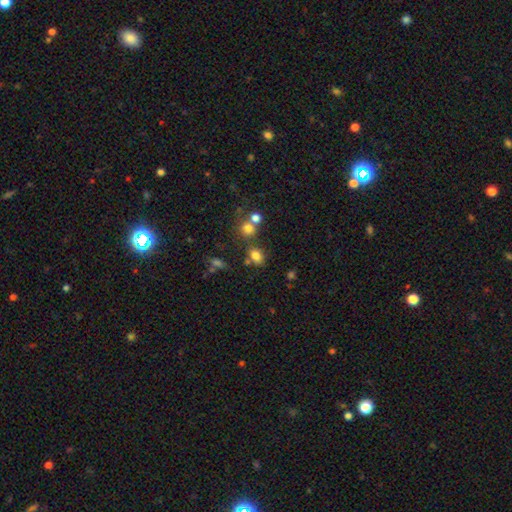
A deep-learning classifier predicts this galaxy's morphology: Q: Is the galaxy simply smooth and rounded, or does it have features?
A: smooth — 77%.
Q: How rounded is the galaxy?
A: in between — 66%.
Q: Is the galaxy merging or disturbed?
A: none — 65%.